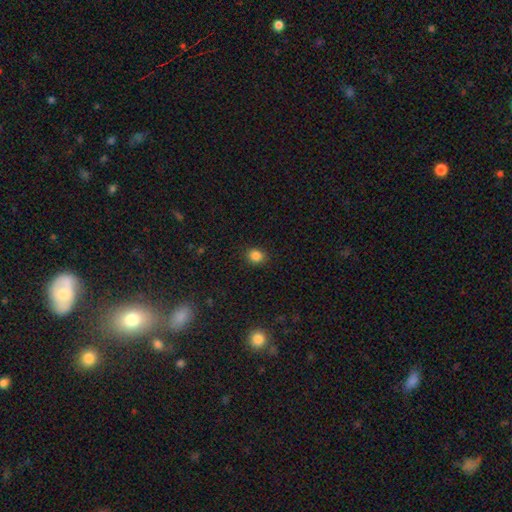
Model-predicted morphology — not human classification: Overall: smooth (85%). How rounded: round (67%; in between 32%). Merging: none (89%).